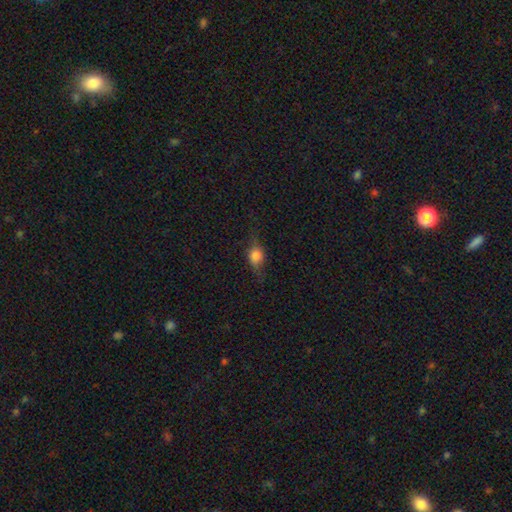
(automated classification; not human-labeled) Morphology: type=smooth (60%); roundness=in between (48%); merging=none (67%).